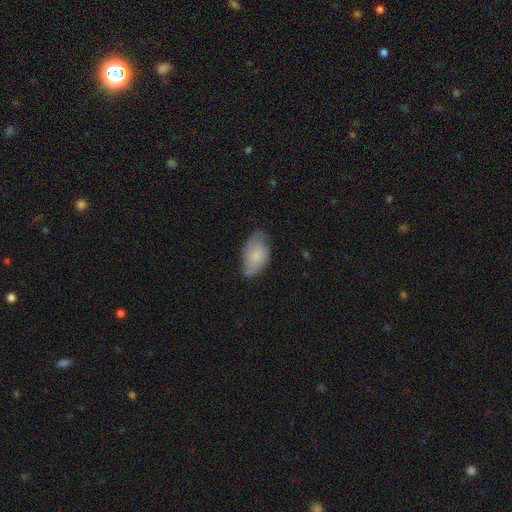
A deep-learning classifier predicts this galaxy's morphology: Smooth or featured: smooth — 69% (featured or disk — 24%)
How rounded: in between — 93% (round — 5%)
Merging: none — 57% (minor disturbance — 34%)